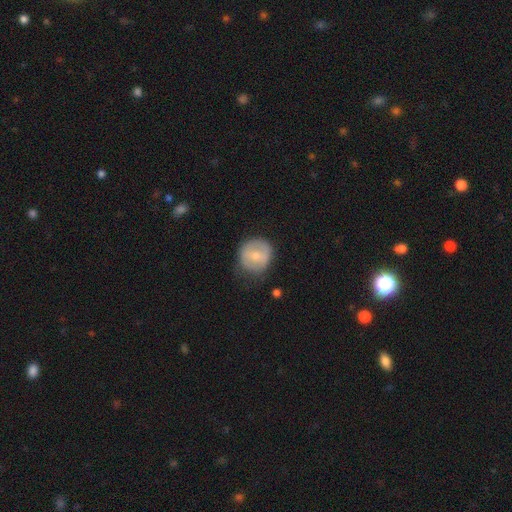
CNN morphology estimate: Q: Smooth or featured?
A: smooth (59%); runner-up: featured or disk (34%)
Q: How rounded?
A: round (85%); runner-up: in between (14%)
Q: Merging?
A: none (66%); runner-up: minor disturbance (24%)